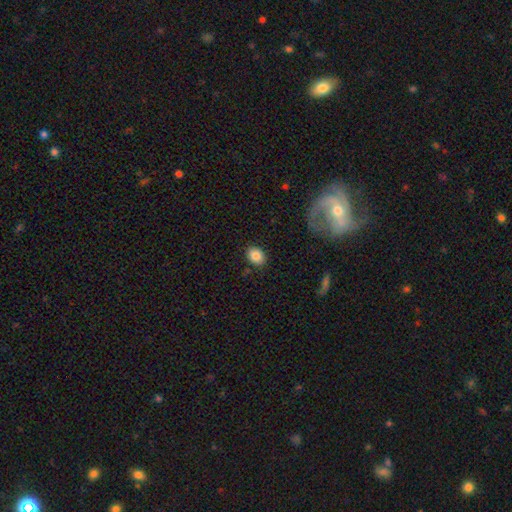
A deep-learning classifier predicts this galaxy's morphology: Smooth or featured? Predicted: smooth (p=0.86). How rounded? Predicted: in between (p=0.63). Merging? Predicted: none (p=0.86).